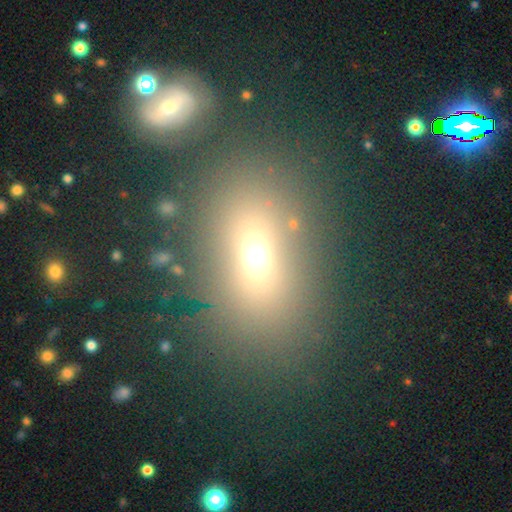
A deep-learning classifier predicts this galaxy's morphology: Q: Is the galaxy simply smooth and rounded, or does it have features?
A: smooth — 64%.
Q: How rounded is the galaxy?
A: in between — 69%.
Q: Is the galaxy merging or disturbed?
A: none — 74%.